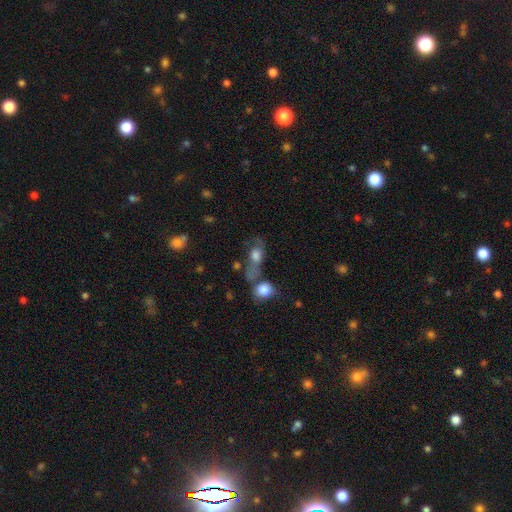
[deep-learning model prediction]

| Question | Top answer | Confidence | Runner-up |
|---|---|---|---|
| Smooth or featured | smooth | 57% | featured or disk (31%) |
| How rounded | in between | 65% | round (25%) |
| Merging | none | 34% | merger (30%) |